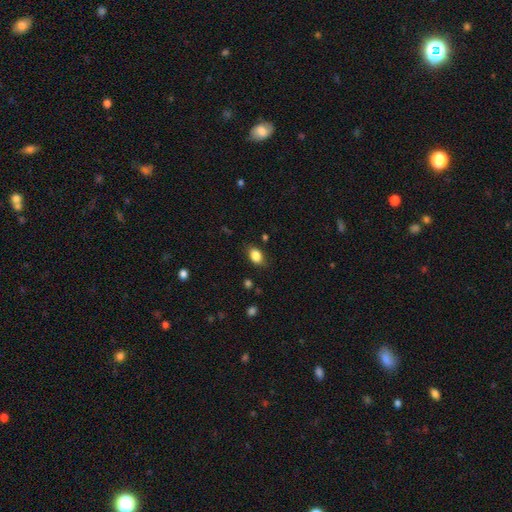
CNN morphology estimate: Overall: smooth (85%). How rounded: in between (80%). Merging: none (80%).